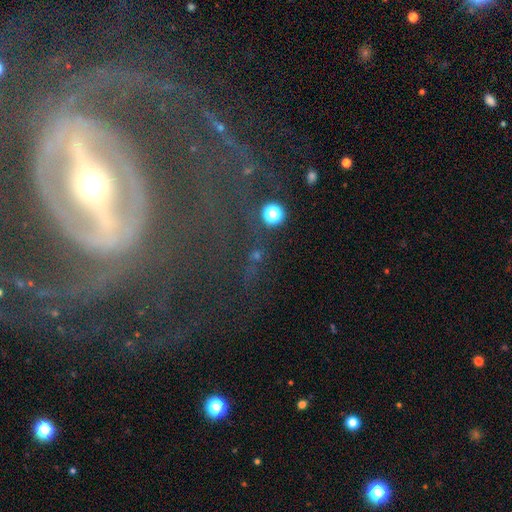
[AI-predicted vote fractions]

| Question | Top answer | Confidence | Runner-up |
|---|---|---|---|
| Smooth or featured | star or artifact | 44% | featured or disk (34%) |